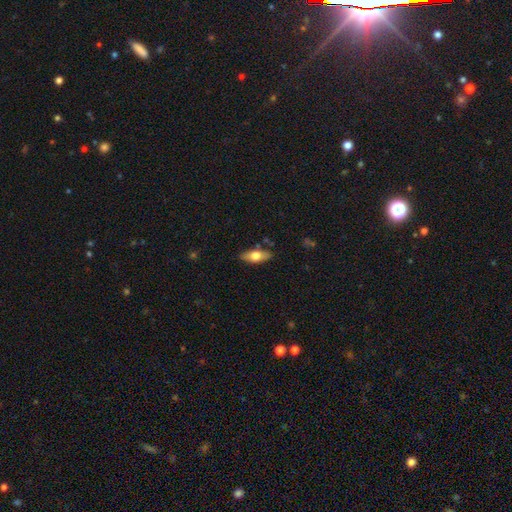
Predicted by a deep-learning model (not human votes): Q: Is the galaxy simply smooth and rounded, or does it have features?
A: smooth — 66%.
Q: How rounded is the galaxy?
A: in between — 77%.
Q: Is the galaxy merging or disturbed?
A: none — 83%.